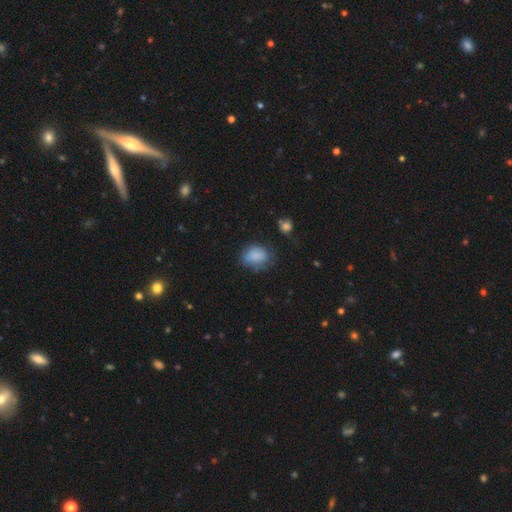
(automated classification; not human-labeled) This appears to be a smooth galaxy with no disk features (82%) that is in between round and cigar-shaped (69%). Merging: none (57%).